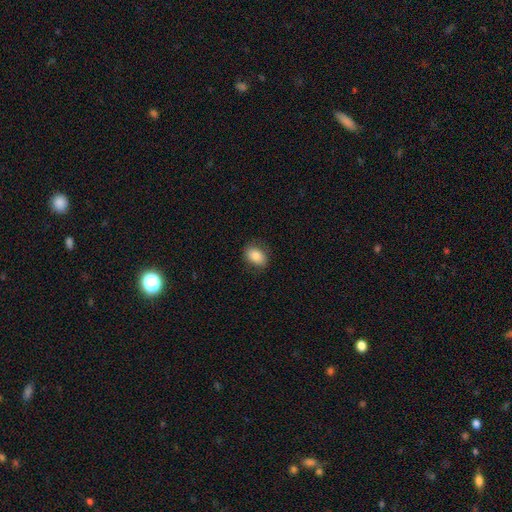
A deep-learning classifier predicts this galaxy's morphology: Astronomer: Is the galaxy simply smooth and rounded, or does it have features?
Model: smooth — 82%.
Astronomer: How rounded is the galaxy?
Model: in between — 79%.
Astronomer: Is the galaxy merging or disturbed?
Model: none — 80%.